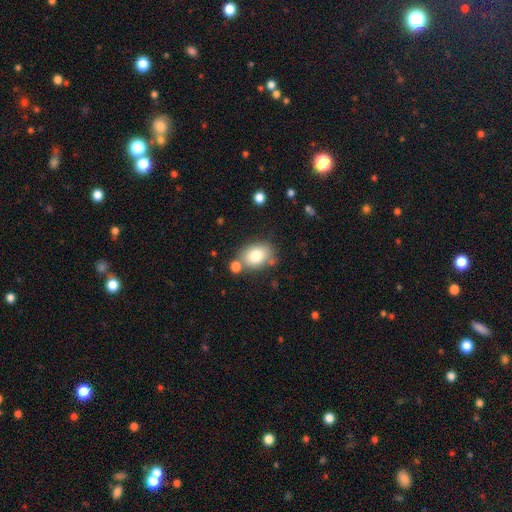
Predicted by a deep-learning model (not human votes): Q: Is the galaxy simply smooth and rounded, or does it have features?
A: smooth — 80%.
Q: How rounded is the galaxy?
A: in between — 74%.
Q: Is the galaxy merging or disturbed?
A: none — 70%.